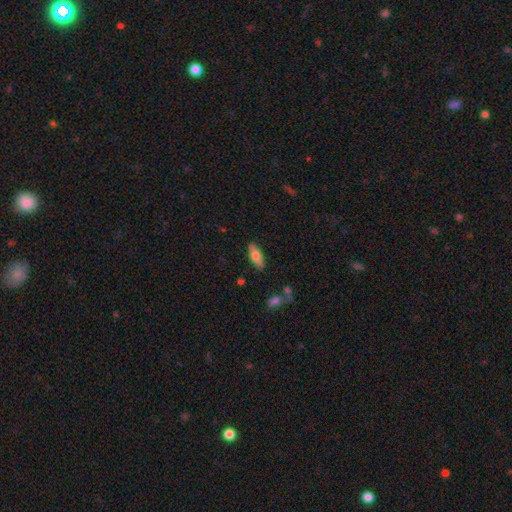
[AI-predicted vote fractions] Q: Smooth or featured?
A: smooth (67%); runner-up: featured or disk (27%)
Q: How rounded?
A: in between (75%); runner-up: cigar-shaped (22%)
Q: Merging?
A: none (86%); runner-up: minor disturbance (11%)